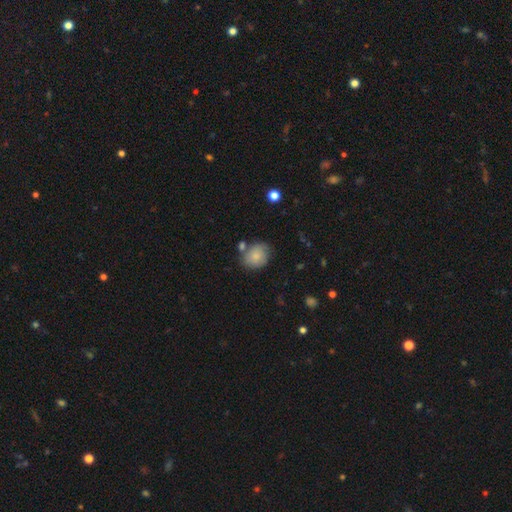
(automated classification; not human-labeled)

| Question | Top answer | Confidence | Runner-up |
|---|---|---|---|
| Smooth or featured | smooth | 80% | featured or disk (12%) |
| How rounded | round | 57% | in between (42%) |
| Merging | none | 62% | minor disturbance (20%) |